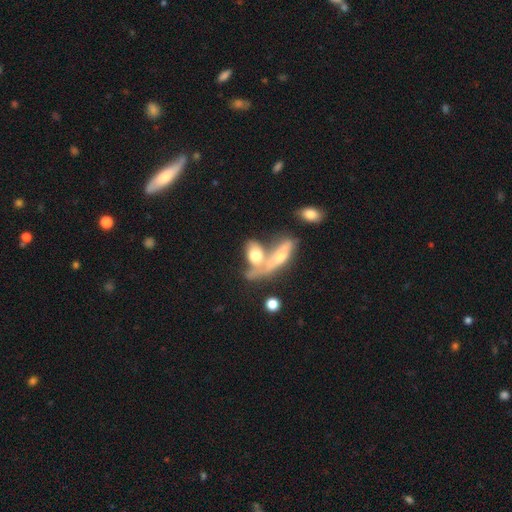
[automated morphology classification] A smooth galaxy with no disk features (60%) that is in between round and cigar-shaped (76%). Merging: merger (62%).